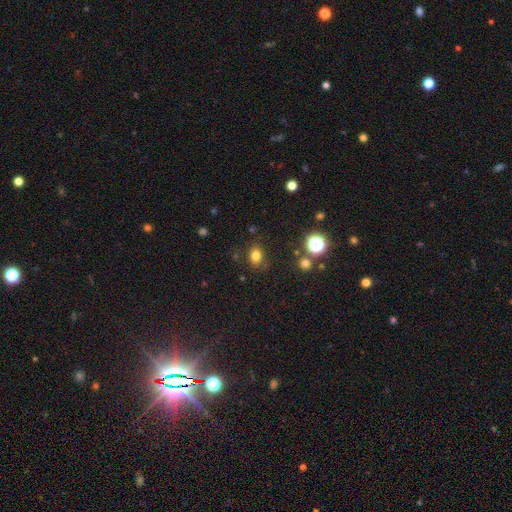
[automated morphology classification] Q: Smooth or featured?
A: smooth (77%); runner-up: star or artifact (16%)
Q: How rounded?
A: in between (54%); runner-up: round (45%)
Q: Merging?
A: none (81%); runner-up: minor disturbance (12%)